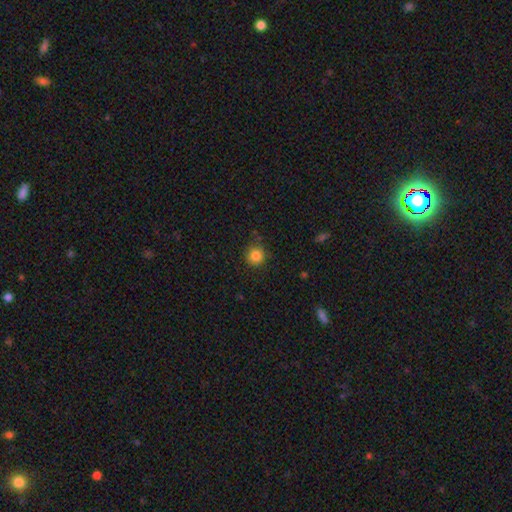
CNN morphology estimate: A smooth galaxy with no disk features (85%) that is round (92%).

Vote fractions:
- Smooth or featured? smooth: 85% / star or artifact: 11% / featured or disk: 4%
- How rounded? round: 92% / in between: 7% / cigar-shaped: 1%
- Merging? none: 82% / minor disturbance: 13% / major disturbance: 3% / merger: 2%